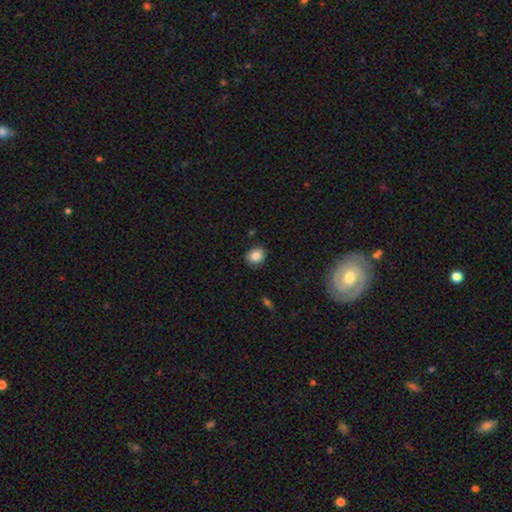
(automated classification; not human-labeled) Overall: smooth (85%). How rounded: round (63%; in between 37%). Merging: none (86%).